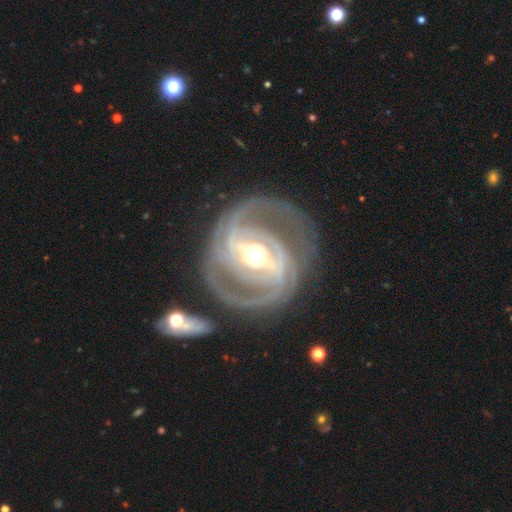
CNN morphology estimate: Overall: featured or disk (92%). Edge-on disk: no (97%). Bar: strong (52%; weak 31%). Spiral arms: yes (97%). Spiral arm count: 2 (49%; 3 22%). Spiral winding: tight (58%; medium 33%). Bulge size: moderate (71%). Merging: none (72%).